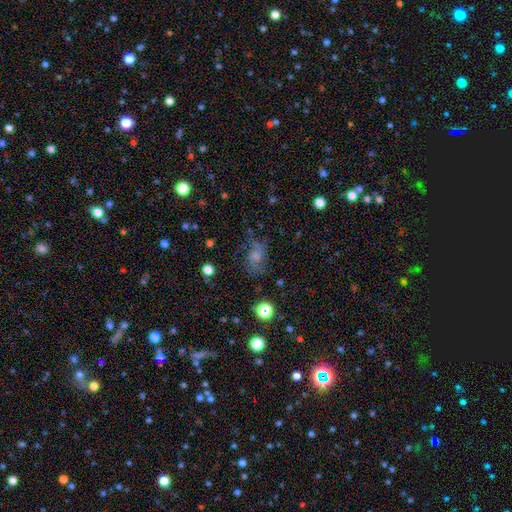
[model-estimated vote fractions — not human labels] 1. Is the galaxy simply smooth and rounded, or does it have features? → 40% featured or disk, 34% smooth, 26% star or artifact.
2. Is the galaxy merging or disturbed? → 62% none, 21% minor disturbance, 14% major disturbance, 3% merger.